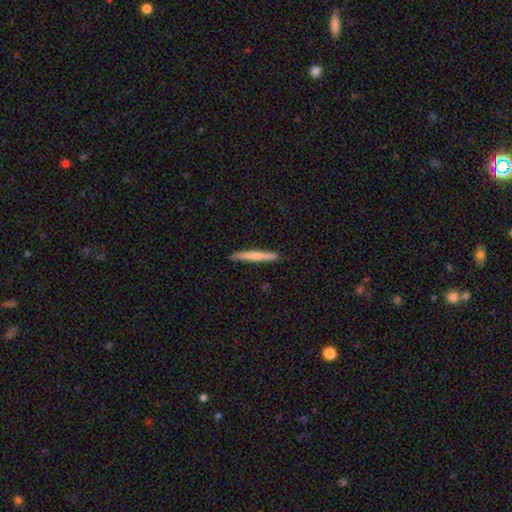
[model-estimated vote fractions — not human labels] smooth-or-featured: smooth: 63% | featured or disk: 32% | star or artifact: 5%
  how-rounded: cigar-shaped: 96% | in between: 3% | round: 1%
  merging: none: 90% | minor disturbance: 7% | major disturbance: 1% | merger: 1%